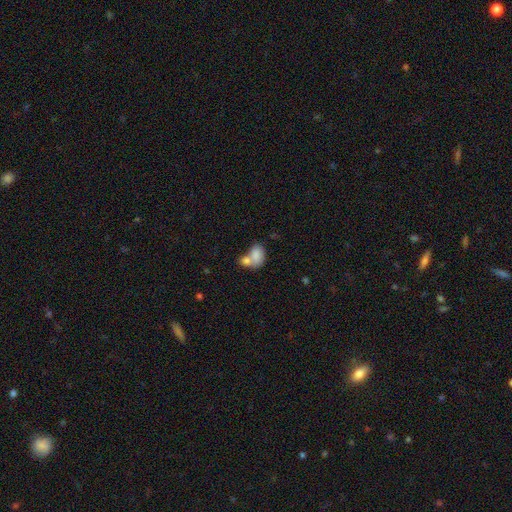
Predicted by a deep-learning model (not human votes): This is clearly a smooth galaxy (81%). How rounded: likely in between (79%). Merging: possibly merger (60%).